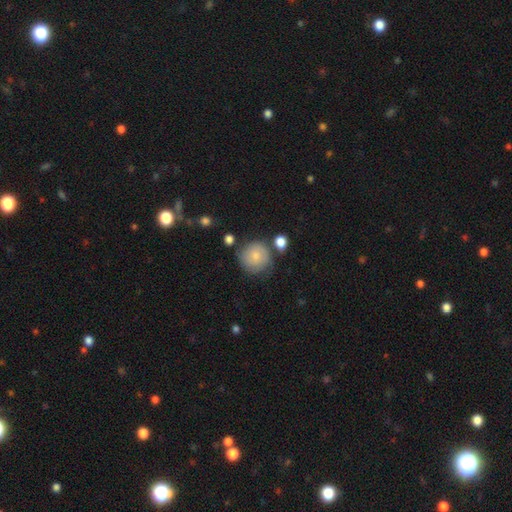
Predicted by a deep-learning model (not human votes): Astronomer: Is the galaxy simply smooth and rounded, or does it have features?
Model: smooth — 78%.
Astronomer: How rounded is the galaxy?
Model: round — 92%.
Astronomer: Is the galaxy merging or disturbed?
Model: none — 70%.